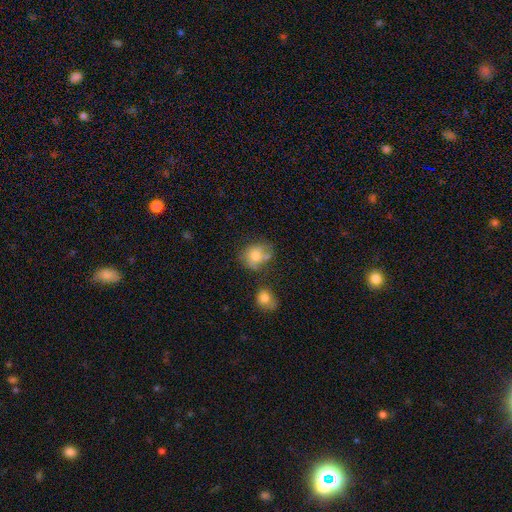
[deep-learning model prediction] This is likely a smooth galaxy (69%). How rounded: possibly round (59%). Merging: possibly none (47%).